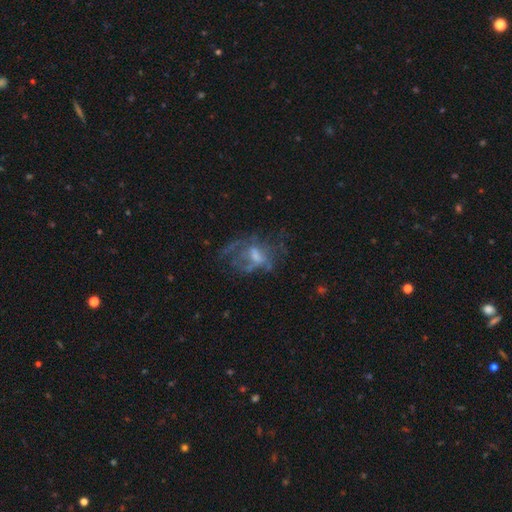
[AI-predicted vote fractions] featured or disk 61%, smooth 23%, star or artifact 16%. Down the decision tree: edge-on disk — no (96%); bar — no (58%); spiral arms — no (63%); bulge size — moderate (42%); merging — none (41%).